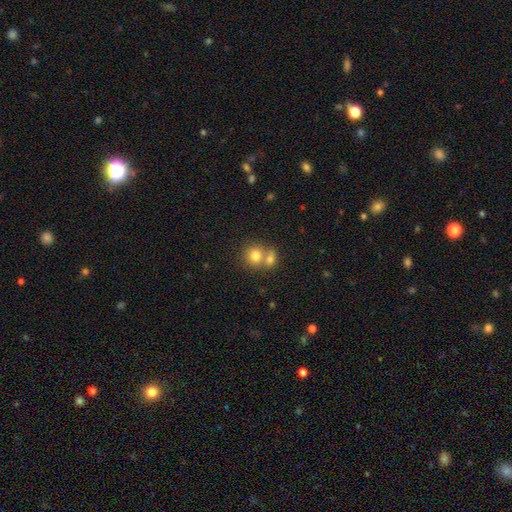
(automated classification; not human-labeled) A smooth galaxy with no disk features (77%) that is round (80%).

Vote fractions:
- Smooth or featured? smooth: 77% / featured or disk: 12% / star or artifact: 11%
- How rounded? round: 80% / in between: 19% / cigar-shaped: 1%
- Merging? merger: 52% / none: 39% / minor disturbance: 7% / major disturbance: 3%